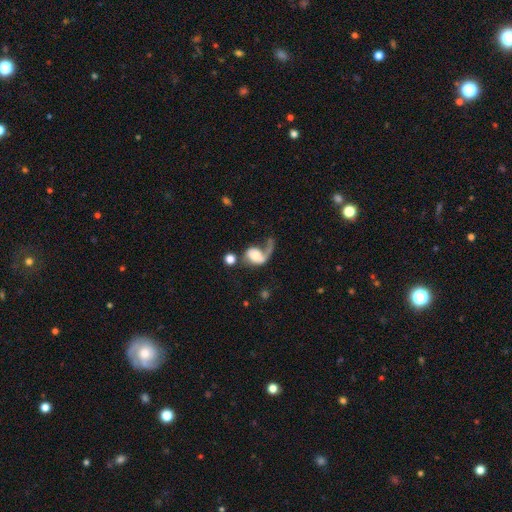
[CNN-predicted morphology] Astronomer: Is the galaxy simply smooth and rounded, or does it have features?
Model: featured or disk — 61%.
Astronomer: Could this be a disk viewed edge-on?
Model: no — 97%.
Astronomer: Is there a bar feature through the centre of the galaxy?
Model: no — 67%.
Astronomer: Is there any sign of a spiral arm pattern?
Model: yes — 81%.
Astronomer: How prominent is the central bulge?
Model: moderate — 40% (runner-up: small, 28%).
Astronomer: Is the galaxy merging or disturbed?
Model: major disturbance — 47% (runner-up: none, 22%).